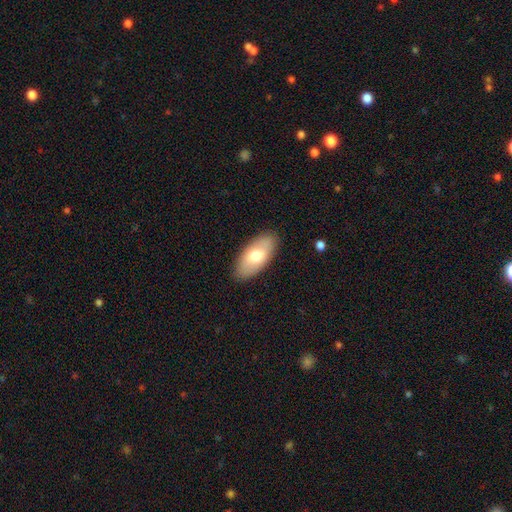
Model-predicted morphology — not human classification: The model was most divided on "smooth or featured": smooth: 68%, featured or disk: 26%, star or artifact: 6%. More confident: how rounded — in between (91%); merging — none (87%).